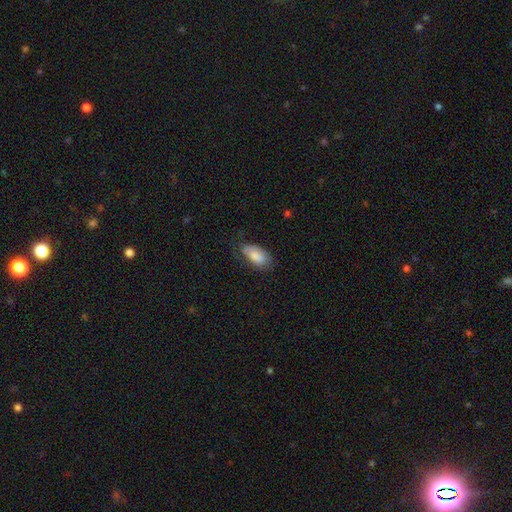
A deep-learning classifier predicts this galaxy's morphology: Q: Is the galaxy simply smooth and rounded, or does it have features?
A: smooth — 82%.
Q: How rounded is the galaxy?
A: in between — 92%.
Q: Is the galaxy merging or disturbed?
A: none — 64%.